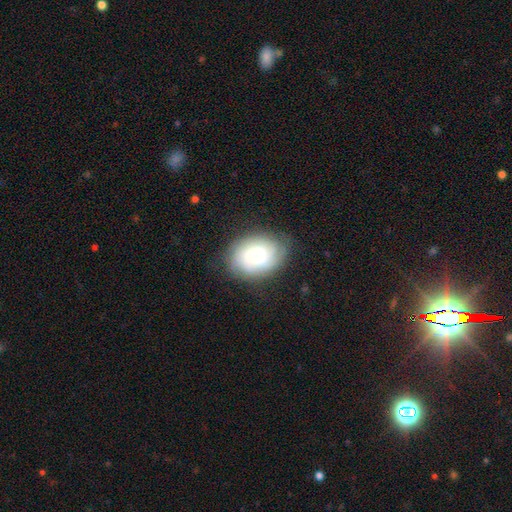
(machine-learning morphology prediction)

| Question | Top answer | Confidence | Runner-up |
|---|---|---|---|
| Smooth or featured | featured or disk | 46% | smooth (45%) |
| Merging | none | 75% | minor disturbance (18%) |